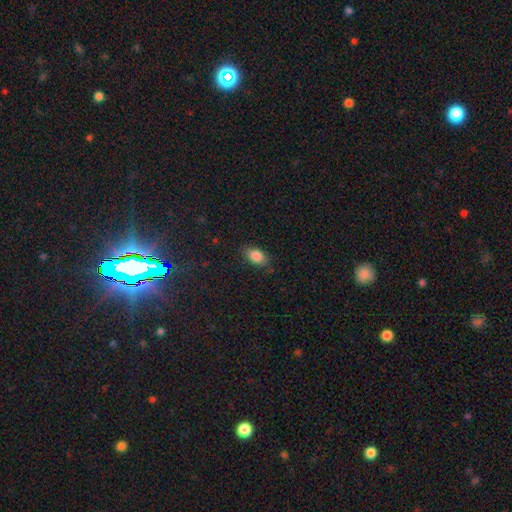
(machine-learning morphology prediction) Smooth or featured: smooth — 85% (star or artifact — 8%)
How rounded: in between — 88% (round — 9%)
Merging: none — 82% (minor disturbance — 14%)